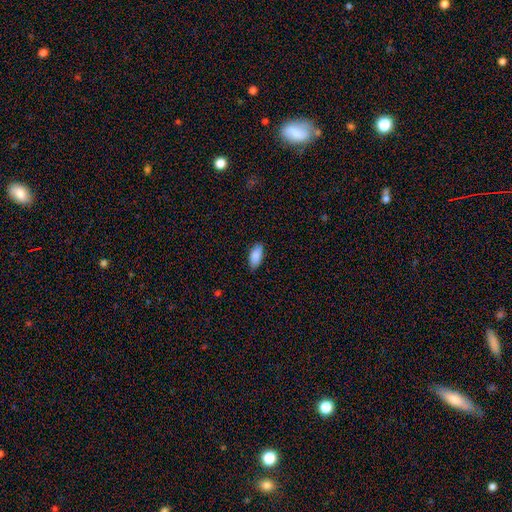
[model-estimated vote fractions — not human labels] Overall: smooth (88%). How rounded: in between (89%). Merging: none (85%).